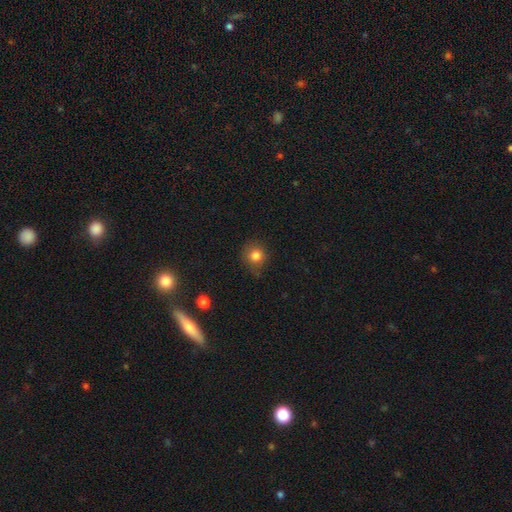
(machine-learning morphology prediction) Smooth or featured? Predicted: smooth (p=0.82). How rounded? Predicted: round (p=0.86). Merging? Predicted: none (p=0.74).